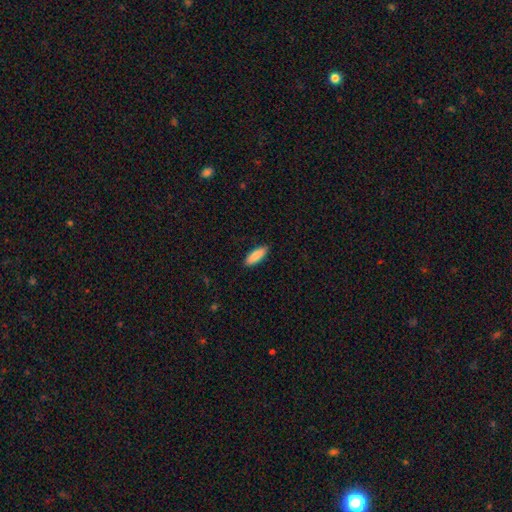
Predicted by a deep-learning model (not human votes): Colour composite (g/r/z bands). It shows a smooth galaxy with no disk features (89%) that is in between round and cigar-shaped (61%). Merging: none (89%).